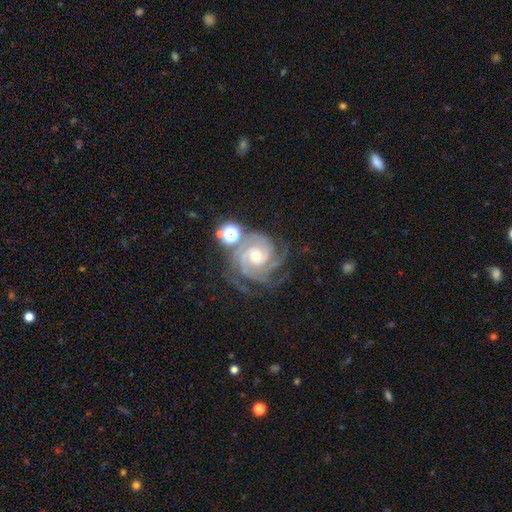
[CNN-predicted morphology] Smooth or featured: featured or disk — 90% (star or artifact — 6%)
Edge-on disk: no — 98% (yes — 2%)
Bar: no — 67% (weak — 25%)
Spiral arms: yes — 98% (no — 2%)
Spiral winding: tight — 72% (medium — 24%)
Spiral arm count: 3 — 37% (4 — 29%)
Bulge size: moderate — 52% (small — 44%)
Merging: none — 67% (minor disturbance — 18%)